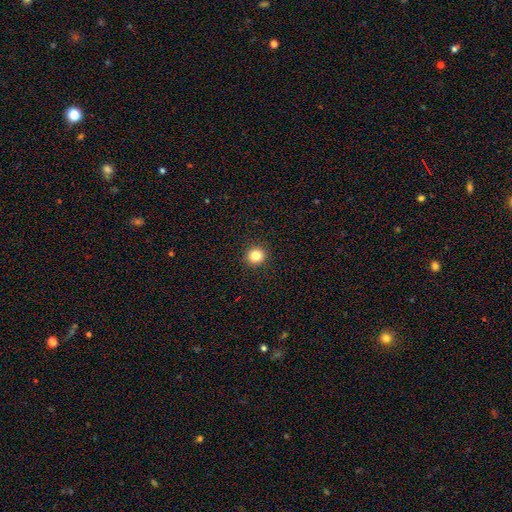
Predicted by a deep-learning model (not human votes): Smooth or featured?
  - smooth: 83% *
  - star or artifact: 12%
  - featured or disk: 5%
How rounded?
  - round: 92% *
  - in between: 7%
  - cigar-shaped: 1%
Merging?
  - none: 93% *
  - minor disturbance: 5%
  - major disturbance: 2%
  - merger: 1%